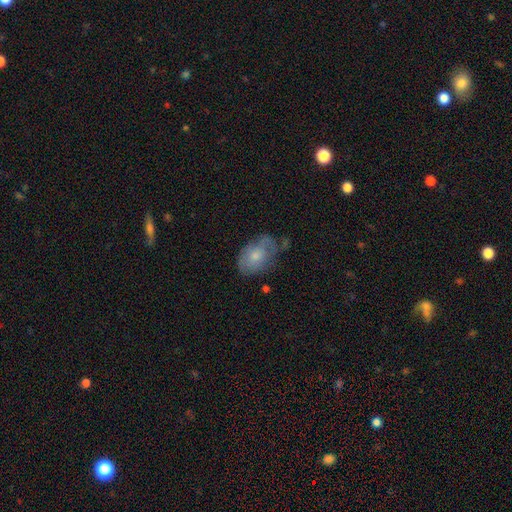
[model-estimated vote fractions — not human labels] The model was most divided on "merging": none: 47%, minor disturbance: 34%, major disturbance: 15%, merger: 4%. More confident: how rounded — in between (85%); smooth or featured — smooth (66%).